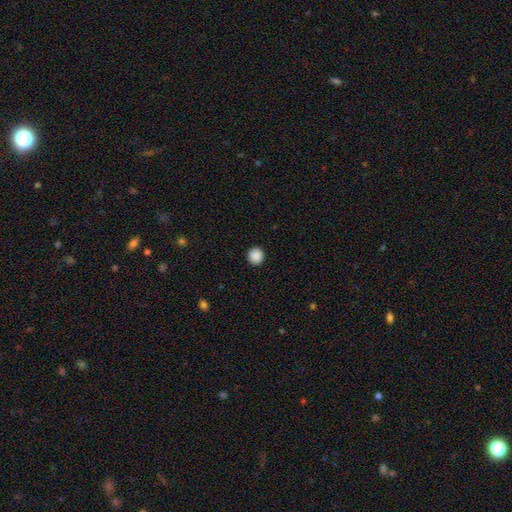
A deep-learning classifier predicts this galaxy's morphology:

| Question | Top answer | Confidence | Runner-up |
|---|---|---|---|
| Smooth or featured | smooth | 89% | star or artifact (9%) |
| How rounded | round | 94% | in between (5%) |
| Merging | none | 93% | minor disturbance (4%) |